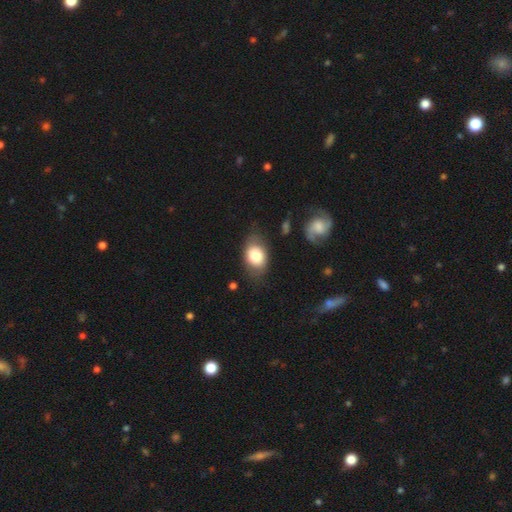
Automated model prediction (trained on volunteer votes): This is likely a smooth galaxy (76%). How rounded: likely in between (79%). Merging: likely none (67%).